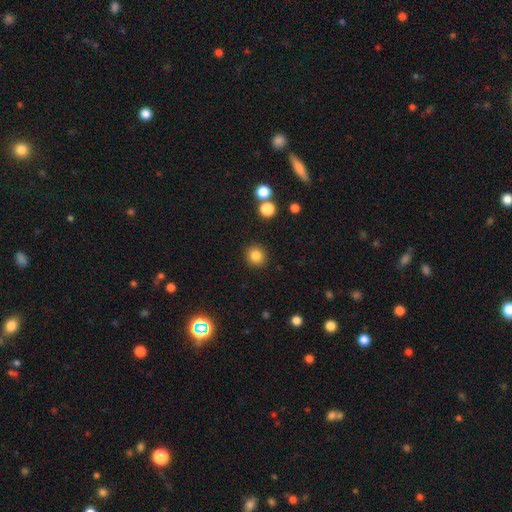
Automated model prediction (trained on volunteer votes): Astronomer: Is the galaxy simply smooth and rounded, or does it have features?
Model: smooth — 83%.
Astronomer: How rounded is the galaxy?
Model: round — 90%.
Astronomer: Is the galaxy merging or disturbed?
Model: none — 90%.